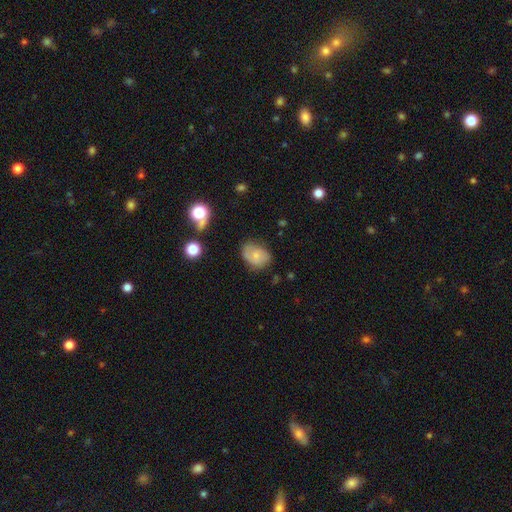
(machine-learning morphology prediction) Smooth or featured? Predicted: smooth (p=0.52). How rounded? Predicted: in between (p=0.66). Merging? Predicted: none (p=0.62).